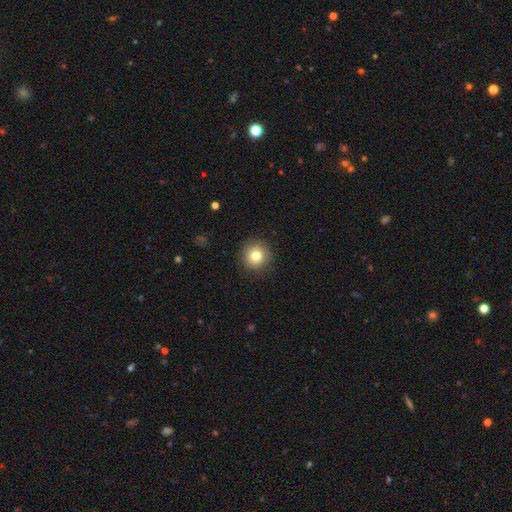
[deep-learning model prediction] Smooth or featured? smooth (79%)
How rounded? round (93%)
Merging? none (90%)